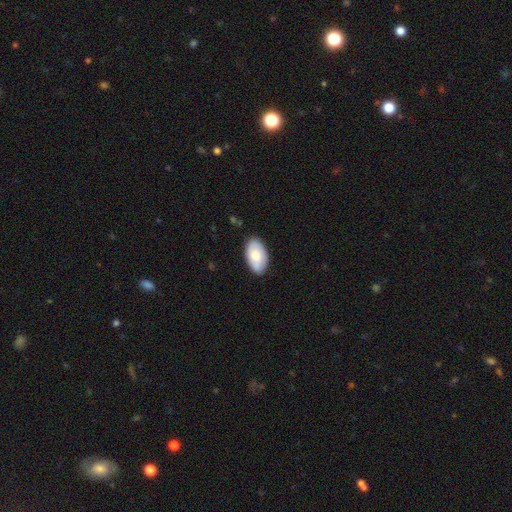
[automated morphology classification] smooth 69%, featured or disk 25%, star or artifact 6%. Down the decision tree: how rounded — in between (95%); merging — none (82%).